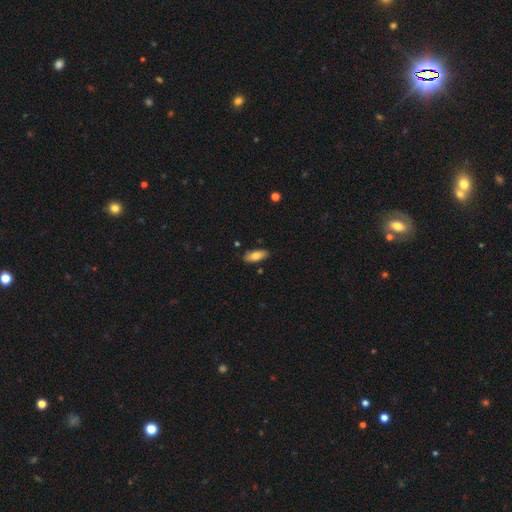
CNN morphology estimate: This appears to be a smooth galaxy with no disk features (76%) that is in between round and cigar-shaped (85%). Merging: none (83%).